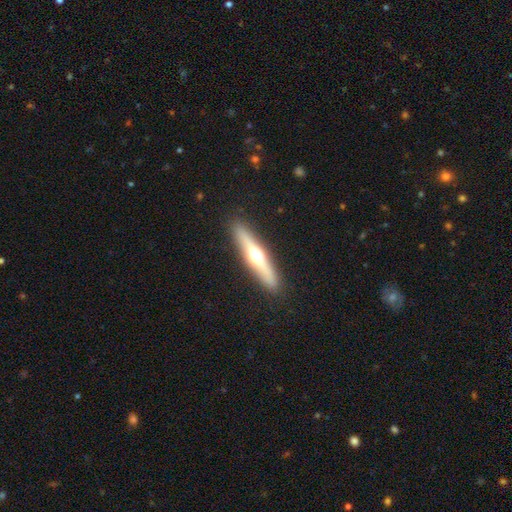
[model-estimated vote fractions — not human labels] This appears to be a featured or disk galaxy (60%) viewed edge-on (93%) with a rounded central bulge (94%). Merging: none (90%).